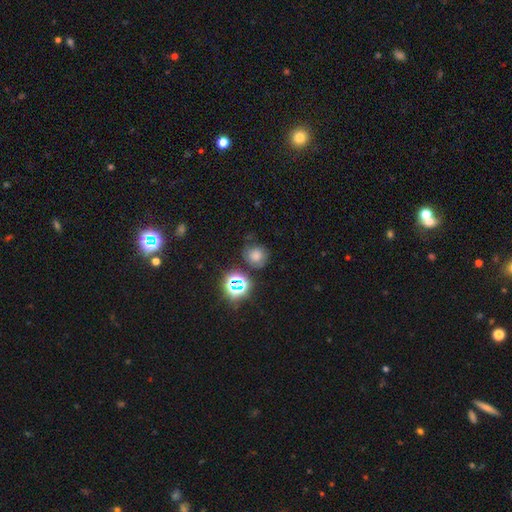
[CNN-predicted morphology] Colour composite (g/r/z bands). It shows a smooth galaxy with no disk features (60%) that is round (84%). Merging: none (66%).